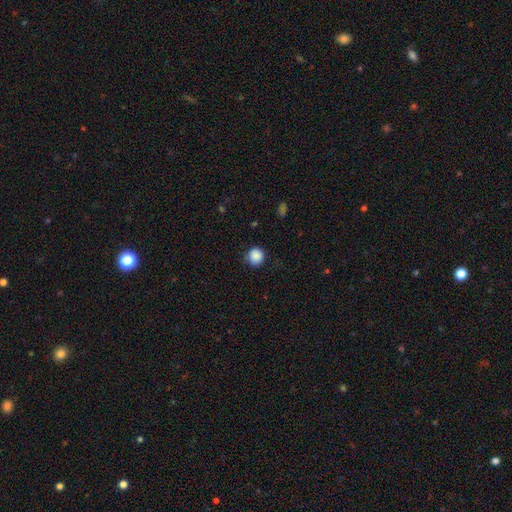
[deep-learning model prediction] Smooth or featured? Predicted: smooth (p=0.88). How rounded? Predicted: round (p=0.92). Merging? Predicted: none (p=0.85).